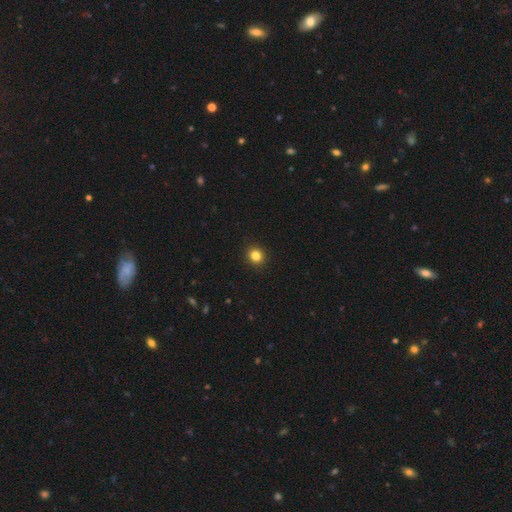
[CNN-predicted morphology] This appears to be a smooth galaxy with no disk features (83%) that is round (84%). Merging: none (92%).